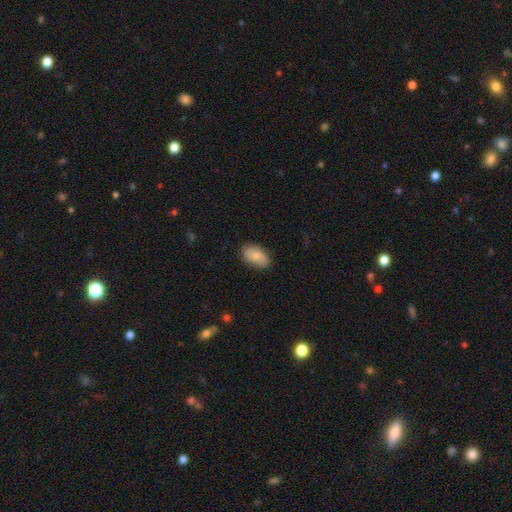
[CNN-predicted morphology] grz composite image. It shows a smooth galaxy with no disk features (80%) that is in between round and cigar-shaped (94%). Merging: none (84%).